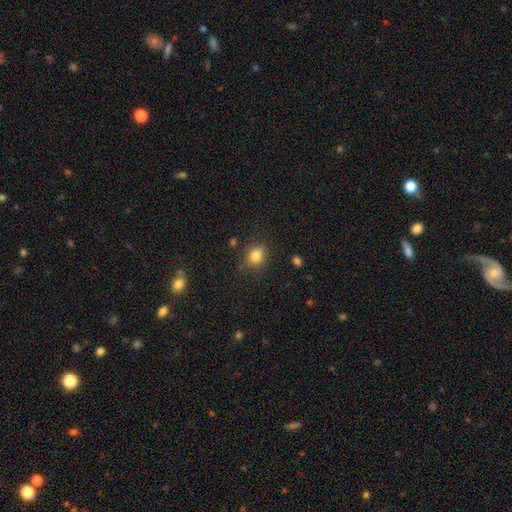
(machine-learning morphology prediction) This is clearly a smooth galaxy (82%). How rounded: possibly round (50%). Merging: likely none (79%).